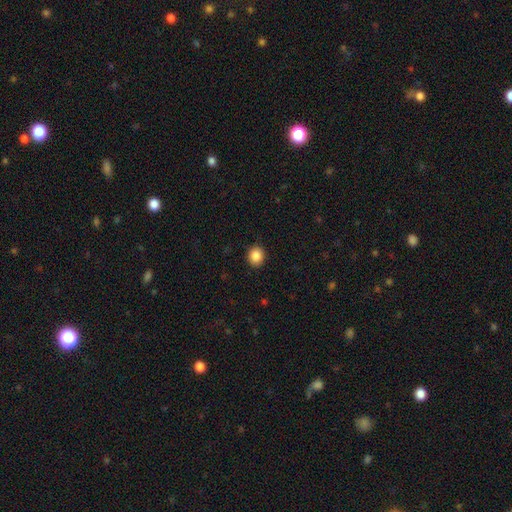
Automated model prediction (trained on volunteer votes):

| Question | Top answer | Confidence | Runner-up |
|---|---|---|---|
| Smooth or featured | smooth | 87% | star or artifact (9%) |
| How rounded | round | 76% | in between (23%) |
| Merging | none | 91% | minor disturbance (6%) |